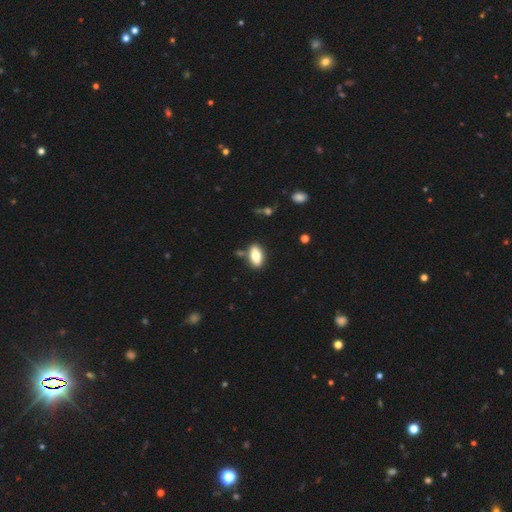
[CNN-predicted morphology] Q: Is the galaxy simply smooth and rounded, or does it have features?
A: smooth — 73%.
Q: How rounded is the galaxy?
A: in between — 87%.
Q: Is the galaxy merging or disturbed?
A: none — 81%.